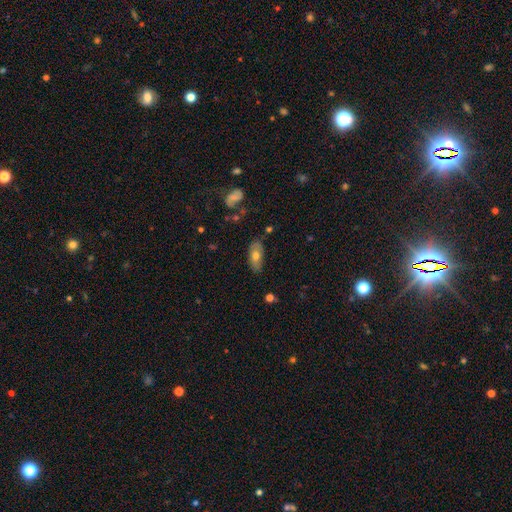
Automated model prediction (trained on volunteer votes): Smooth or featured? Predicted: smooth (p=0.64). How rounded? Predicted: in between (p=0.85). Merging? Predicted: none (p=0.76).